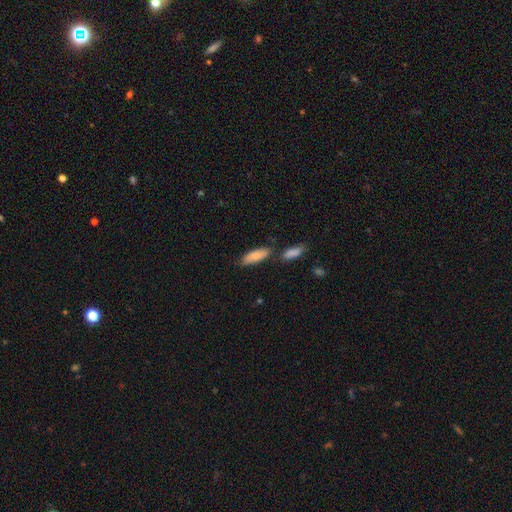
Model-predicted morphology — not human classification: smooth_or_featured: smooth (p=0.80) [alt: featured or disk p=0.13]
how_rounded: in between (p=0.65) [alt: cigar-shaped p=0.33]
merging: none (p=0.66) [alt: merger p=0.16]